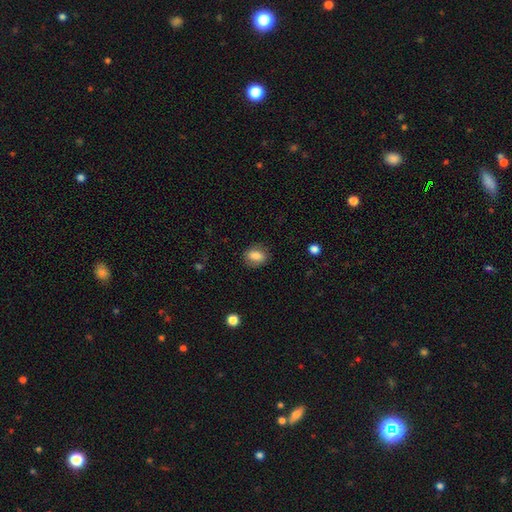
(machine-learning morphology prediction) smooth 81%, featured or disk 11%, star or artifact 8%. Down the decision tree: how rounded — in between (62%); merging — none (82%).